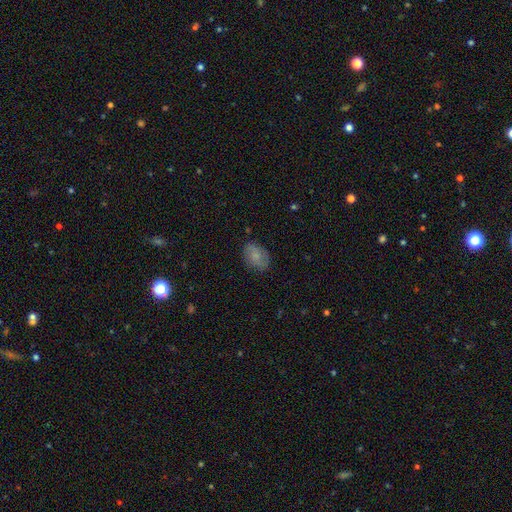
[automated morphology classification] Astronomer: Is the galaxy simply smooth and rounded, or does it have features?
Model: smooth — 73%.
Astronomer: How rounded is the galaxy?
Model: in between — 77%.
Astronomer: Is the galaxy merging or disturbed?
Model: none — 77%.